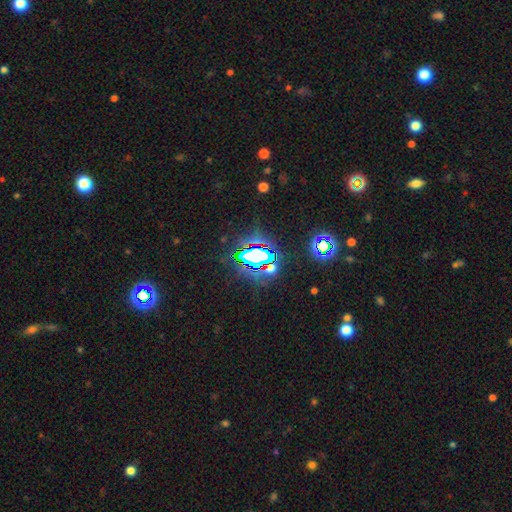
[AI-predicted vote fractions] Smooth or featured? Predicted: star or artifact (p=0.72).